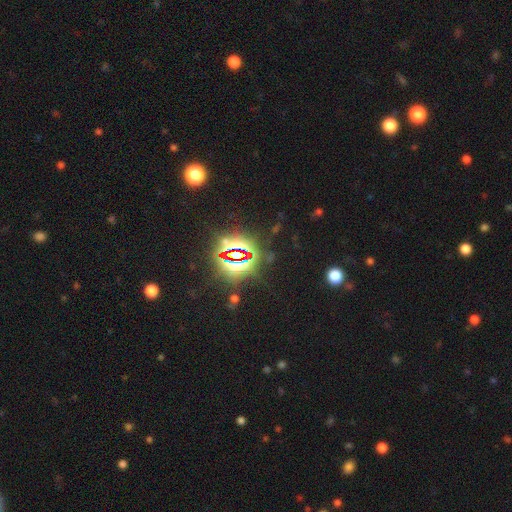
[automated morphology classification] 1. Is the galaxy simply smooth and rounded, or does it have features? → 85% star or artifact, 9% smooth, 6% featured or disk.